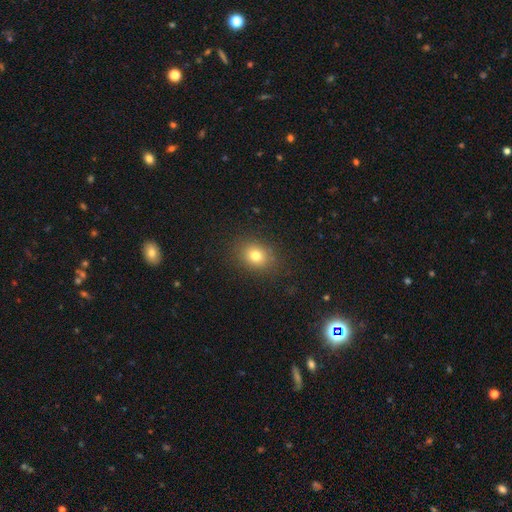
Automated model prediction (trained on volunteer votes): The model was most divided on "how rounded": round: 53%, in between: 46%, cigar-shaped: 1%. More confident: merging — none (87%); smooth or featured — smooth (77%).